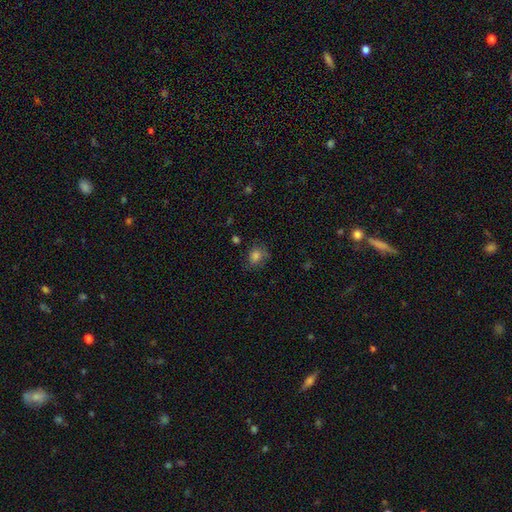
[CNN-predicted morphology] type=smooth (79%); roundness=round (69%); merging=none (65%).